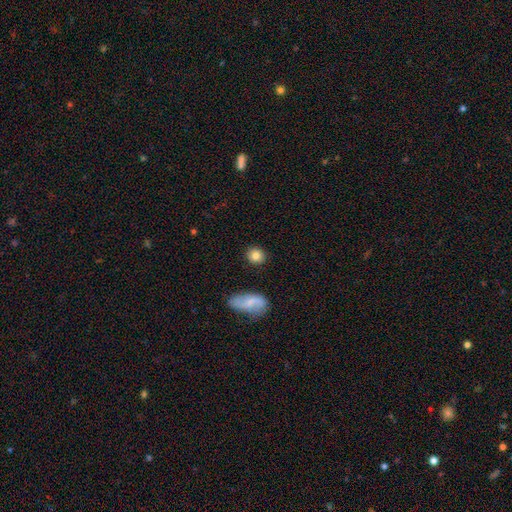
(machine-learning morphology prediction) Smooth or featured?
  - smooth: 78% *
  - featured or disk: 13%
  - star or artifact: 9%
How rounded?
  - round: 81% *
  - in between: 17%
  - cigar-shaped: 2%
Merging?
  - none: 85% *
  - minor disturbance: 9%
  - merger: 3%
  - major disturbance: 3%